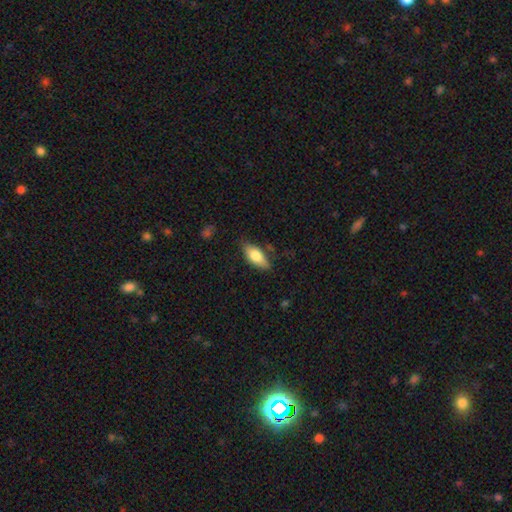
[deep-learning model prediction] This appears to be a smooth galaxy with no disk features (76%) that is in between round and cigar-shaped (80%). Merging: none (78%).